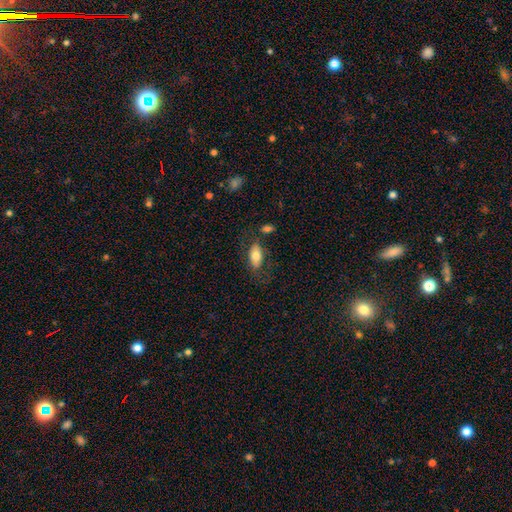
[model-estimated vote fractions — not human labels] A smooth galaxy with no disk features (73%) that is in between round and cigar-shaped (89%).

Vote fractions:
- Smooth or featured? smooth: 73% / featured or disk: 20% / star or artifact: 6%
- How rounded? in between: 89% / cigar-shaped: 8% / round: 3%
- Merging? none: 71% / minor disturbance: 17% / major disturbance: 7% / merger: 5%